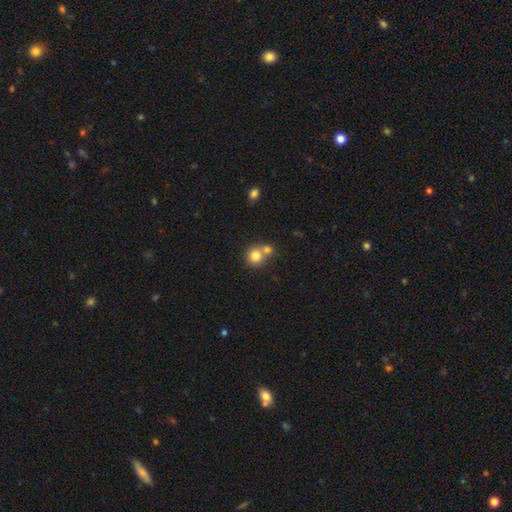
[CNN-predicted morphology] The model was most divided on "merging": none: 48%, merger: 43%, minor disturbance: 7%, major disturbance: 2%. More confident: how rounded — round (87%); smooth or featured — smooth (80%).